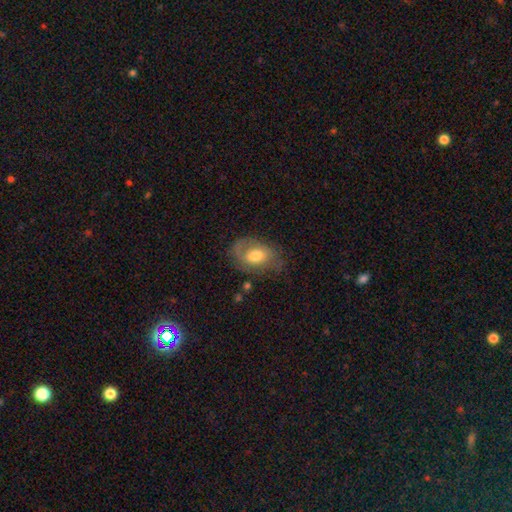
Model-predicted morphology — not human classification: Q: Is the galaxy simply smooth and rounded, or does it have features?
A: featured or disk — 47%.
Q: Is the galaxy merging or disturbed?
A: none — 57%.